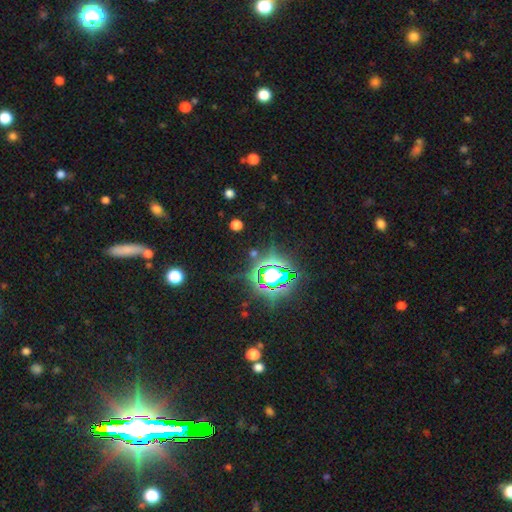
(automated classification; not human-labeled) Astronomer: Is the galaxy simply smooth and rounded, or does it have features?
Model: star or artifact — 75%.